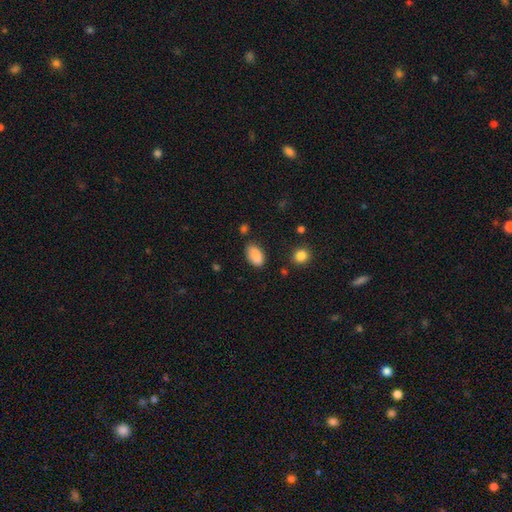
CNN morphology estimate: This appears to be a smooth galaxy with no disk features (88%) that is in between round and cigar-shaped (92%). Merging: none (78%).